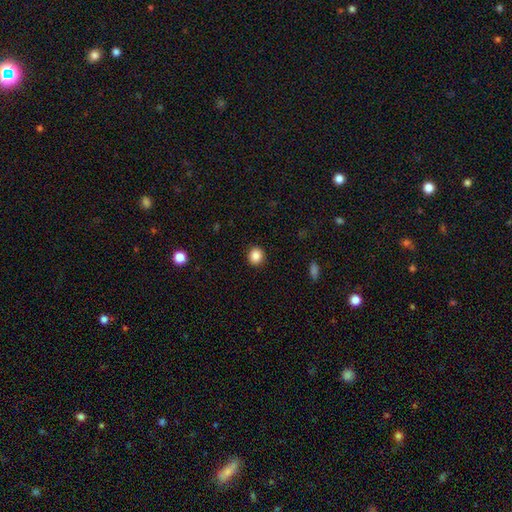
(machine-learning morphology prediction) The model was most divided on "how rounded": round: 86%, in between: 14%, cigar-shaped: 1%. More confident: merging — none (92%); smooth or featured — smooth (86%).